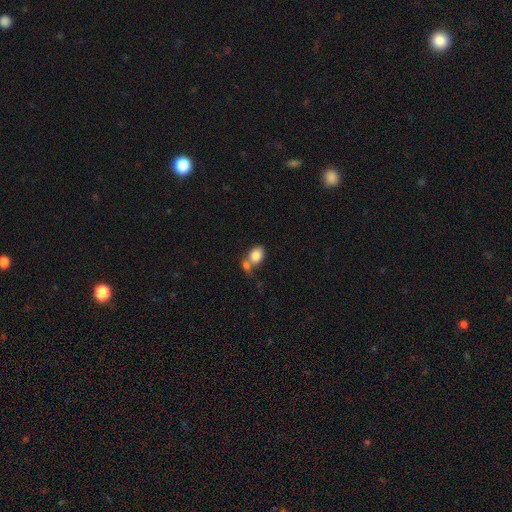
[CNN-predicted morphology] smooth_or_featured: smooth (p=0.84) [alt: featured or disk p=0.08]
how_rounded: in between (p=0.63) [alt: round p=0.36]
merging: merger (p=0.47) [alt: none p=0.38]